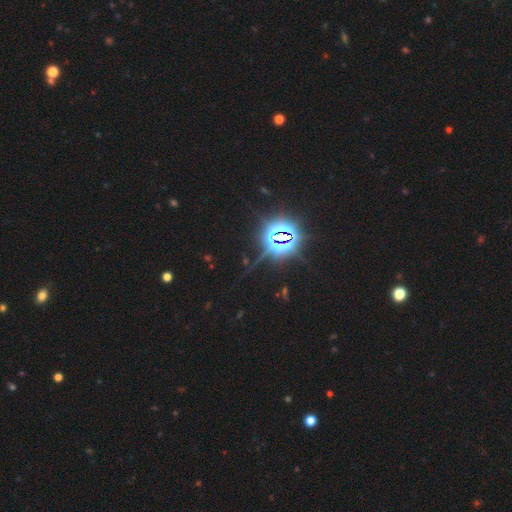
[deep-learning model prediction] Smooth or featured: star or artifact — 85% (smooth — 9%)